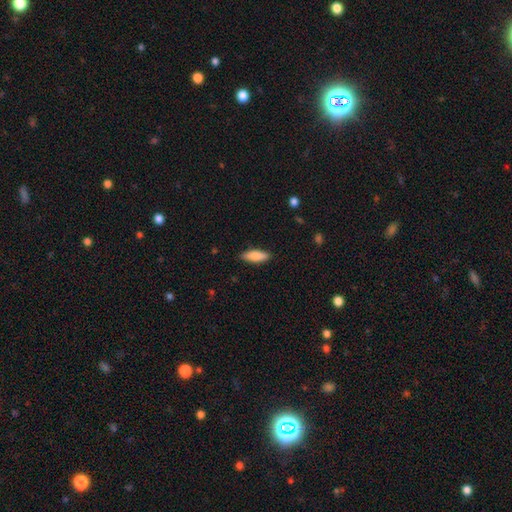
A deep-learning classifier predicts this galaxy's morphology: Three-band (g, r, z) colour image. It shows a smooth galaxy with no disk features (86%) that is in between round and cigar-shaped (59%). Merging: none (87%).